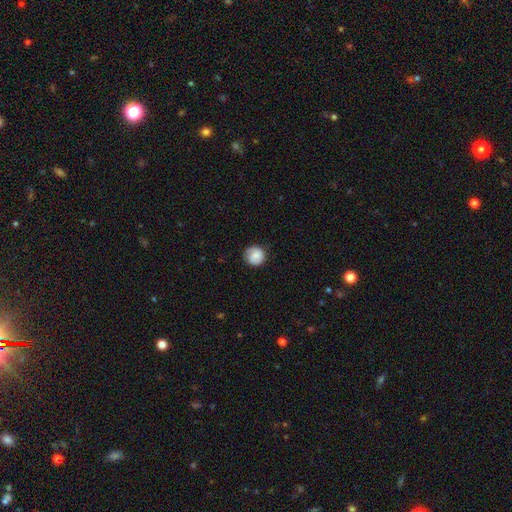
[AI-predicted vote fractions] This appears to be a smooth galaxy with no disk features (76%) that is round (92%). Merging: none (80%).